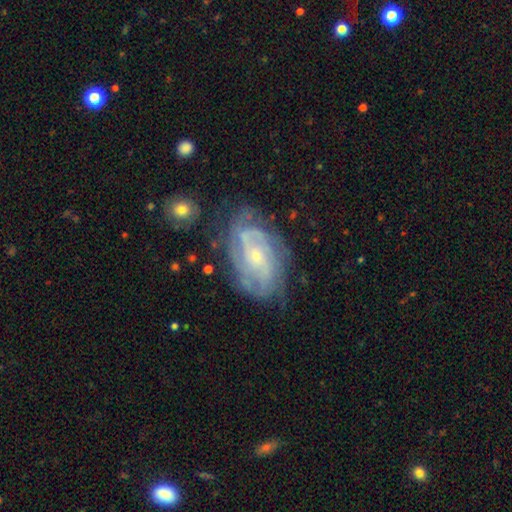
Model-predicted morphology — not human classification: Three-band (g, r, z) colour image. It shows a featured or disk galaxy (84%) with no bar (62%), tight (61%) spiral arms (95%) and a small central bulge (75%). Merging: none (72%).